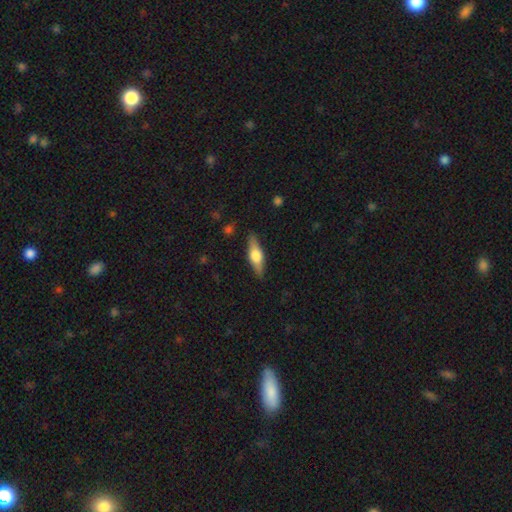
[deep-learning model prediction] smooth-or-featured: featured or disk: 51% | smooth: 44% | star or artifact: 6%
  disk-edge-on: yes: 92% | no: 8%
  merging: none: 88% | minor disturbance: 9% | major disturbance: 2% | merger: 1%